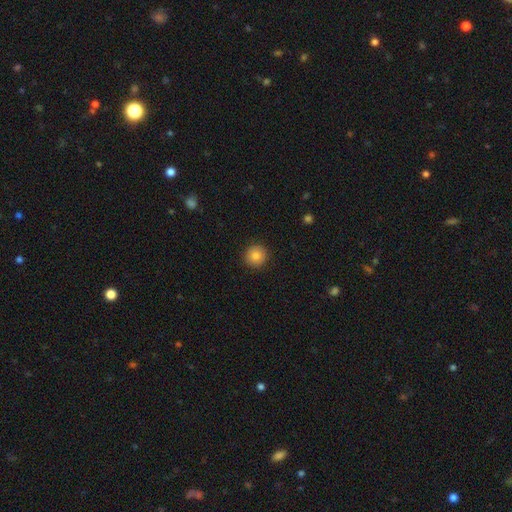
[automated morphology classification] The model was most divided on "smooth or featured": smooth: 83%, star or artifact: 10%, featured or disk: 7%. More confident: how rounded — round (94%); merging — none (92%).